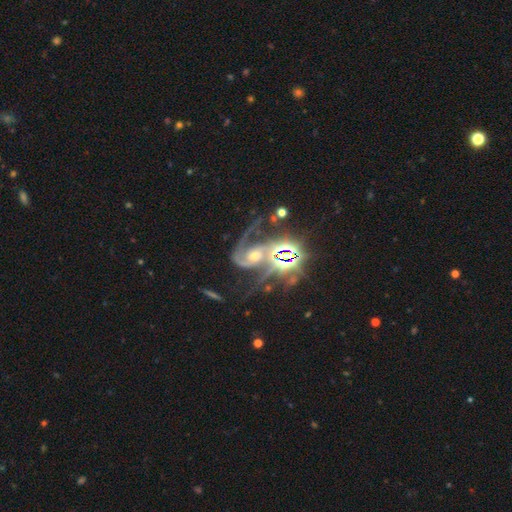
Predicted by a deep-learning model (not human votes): Q: Smooth or featured?
A: featured or disk (78%); runner-up: star or artifact (16%)
Q: Edge-on disk?
A: no (97%); runner-up: yes (3%)
Q: Bar?
A: no (48%); runner-up: weak (30%)
Q: Spiral arms?
A: yes (96%); runner-up: no (4%)
Q: Spiral winding?
A: medium (49%); runner-up: loose (36%)
Q: Spiral arm count?
A: 2 (78%); runner-up: 1 (8%)
Q: Bulge size?
A: moderate (57%); runner-up: small (33%)
Q: Merging?
A: none (33%); runner-up: major disturbance (29%)